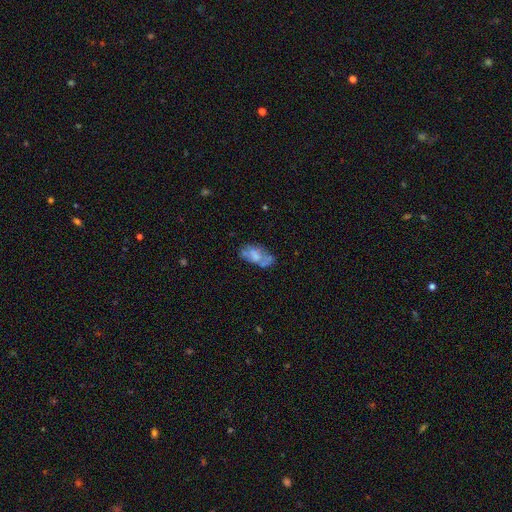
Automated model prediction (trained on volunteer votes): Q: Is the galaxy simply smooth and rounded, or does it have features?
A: smooth — 48%.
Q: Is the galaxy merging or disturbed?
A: none — 44%.